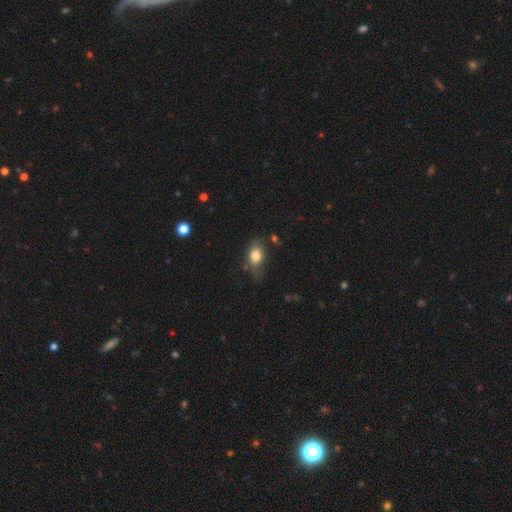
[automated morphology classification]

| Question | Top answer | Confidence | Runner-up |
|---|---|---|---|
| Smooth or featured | smooth | 80% | featured or disk (12%) |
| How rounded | in between | 80% | round (17%) |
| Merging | none | 59% | minor disturbance (27%) |